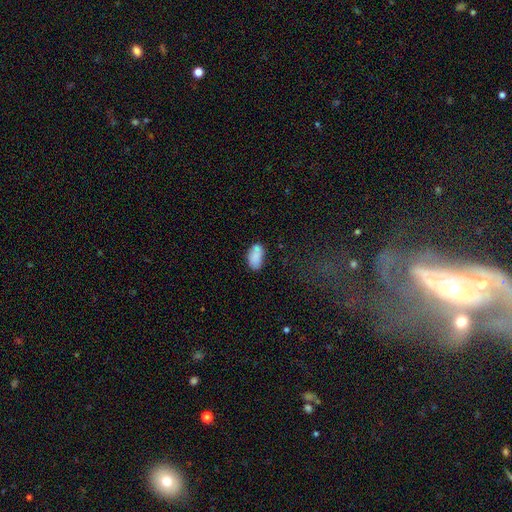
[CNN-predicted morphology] type=smooth (81%); roundness=in between (92%); merging=none (58%).